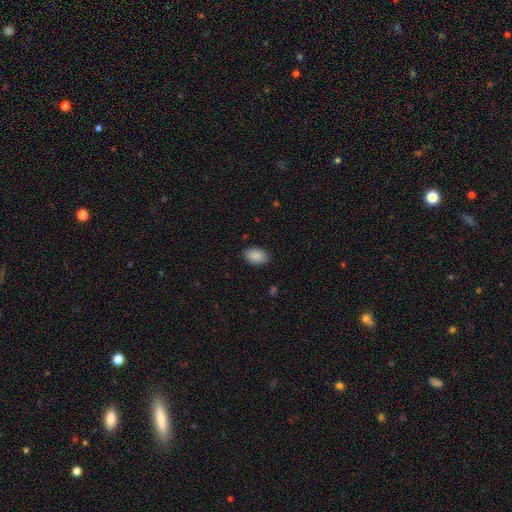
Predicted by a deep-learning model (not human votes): Smooth or featured? smooth (90%)
How rounded? in between (89%)
Merging? none (87%)